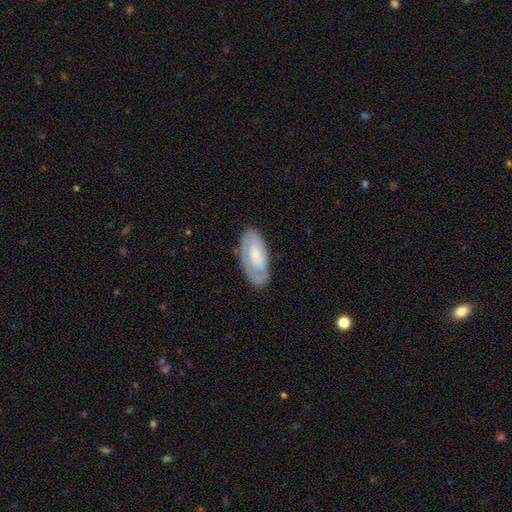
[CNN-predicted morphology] This appears to be a featured or disk galaxy (52%). Merging: none (73%).